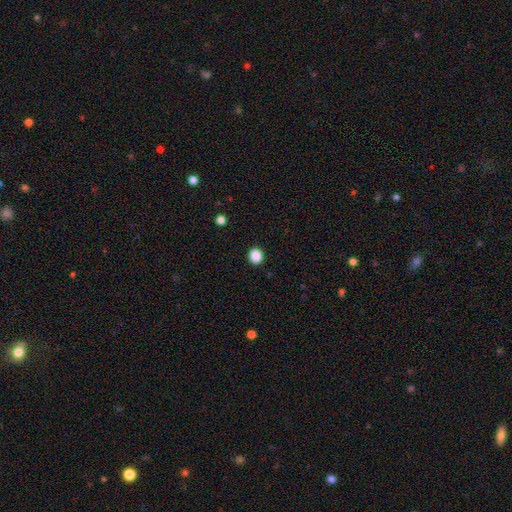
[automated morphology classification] The model was most divided on "how rounded": round: 82%, in between: 17%, cigar-shaped: 1%. More confident: merging — none (92%); smooth or featured — smooth (87%).